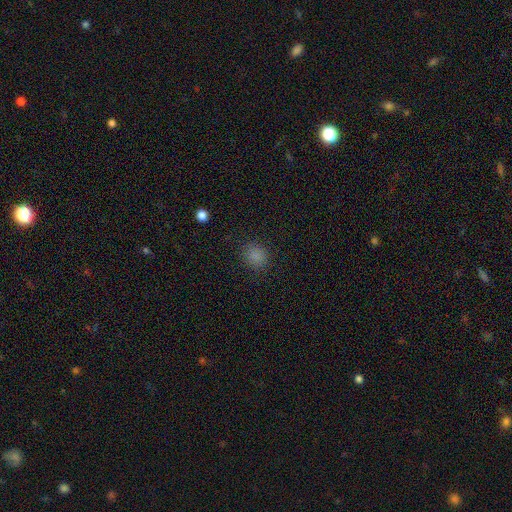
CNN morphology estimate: Smooth or featured? Predicted: smooth (p=0.84). How rounded? Predicted: round (p=0.82). Merging? Predicted: none (p=0.87).